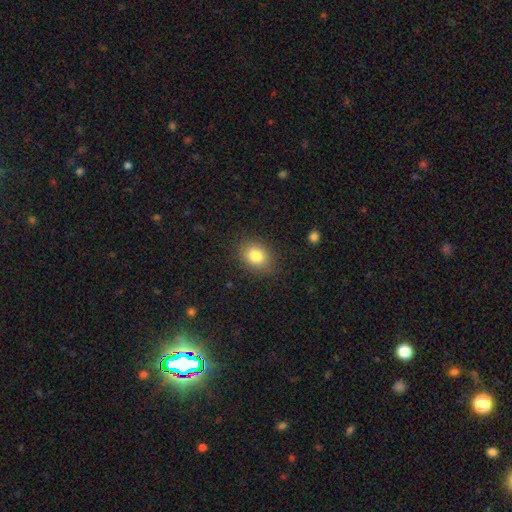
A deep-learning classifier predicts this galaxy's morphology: The model was most divided on "how rounded": in between: 54%, round: 45%, cigar-shaped: 1%. More confident: merging — none (85%); smooth or featured — smooth (82%).